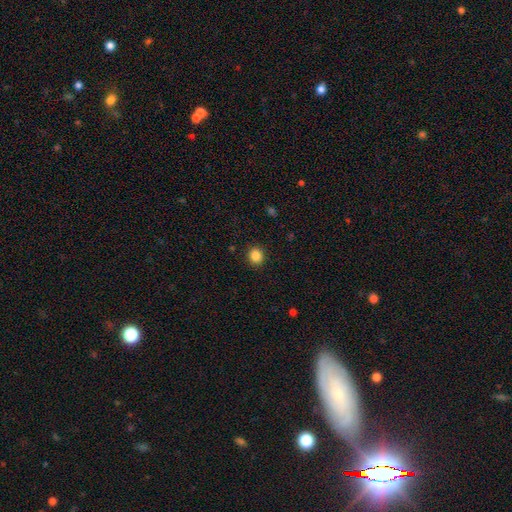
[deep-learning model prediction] This appears to be a smooth galaxy with no disk features (86%) that is round (83%). Merging: none (91%).